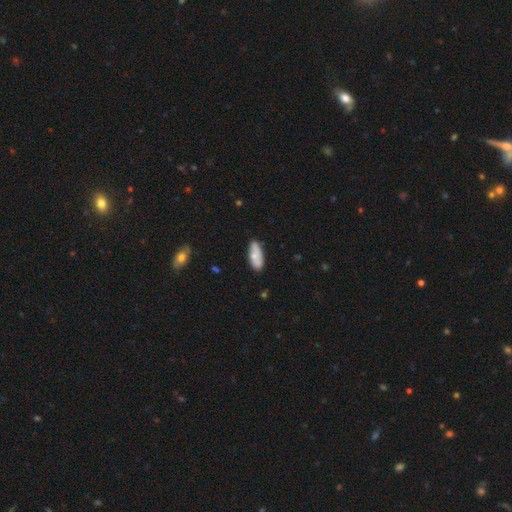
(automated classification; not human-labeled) This appears to be a smooth galaxy with no disk features (68%) that is in between round and cigar-shaped (77%). Merging: none (73%).